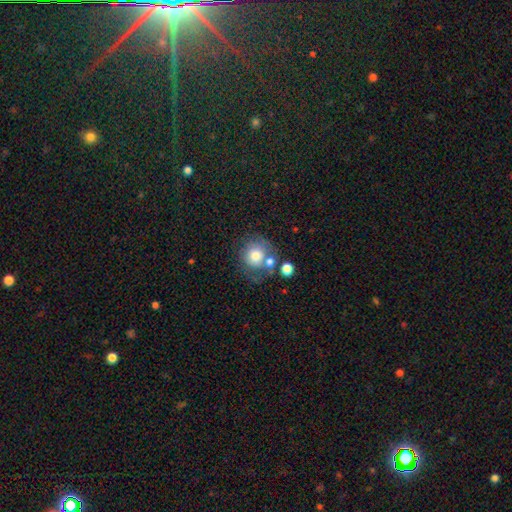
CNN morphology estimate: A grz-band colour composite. It shows a smooth galaxy with no disk features (71%) that is round (86%). Merging: none (49%).